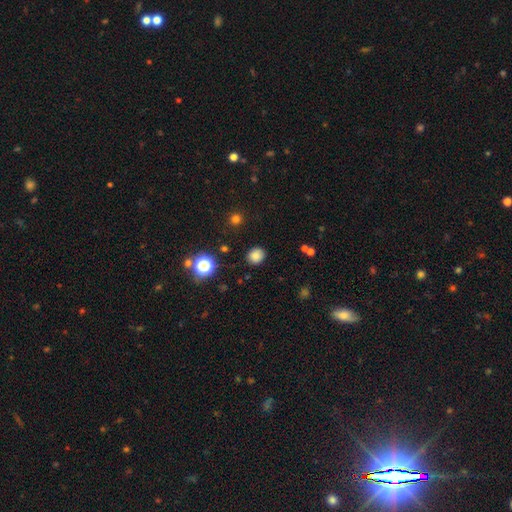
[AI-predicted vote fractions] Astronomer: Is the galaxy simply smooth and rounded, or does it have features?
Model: smooth — 81%.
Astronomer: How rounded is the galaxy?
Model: round — 77%.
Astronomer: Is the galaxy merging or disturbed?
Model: none — 87%.